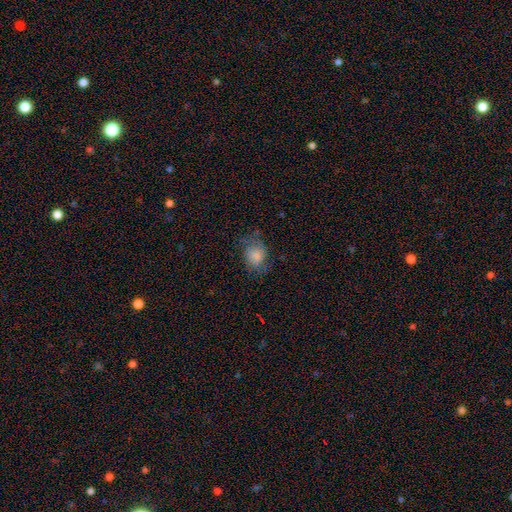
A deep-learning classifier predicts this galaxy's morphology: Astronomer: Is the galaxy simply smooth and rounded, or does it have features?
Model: smooth — 77%.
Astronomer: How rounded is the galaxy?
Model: in between — 52% (runner-up: round, 47%).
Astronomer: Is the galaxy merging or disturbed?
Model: none — 56%.